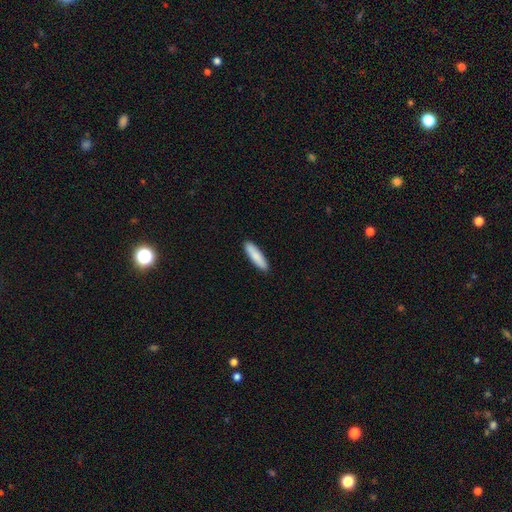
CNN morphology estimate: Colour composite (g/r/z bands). It shows a smooth galaxy with no disk features (86%) that is cigar-shaped (73%). Merging: none (91%).